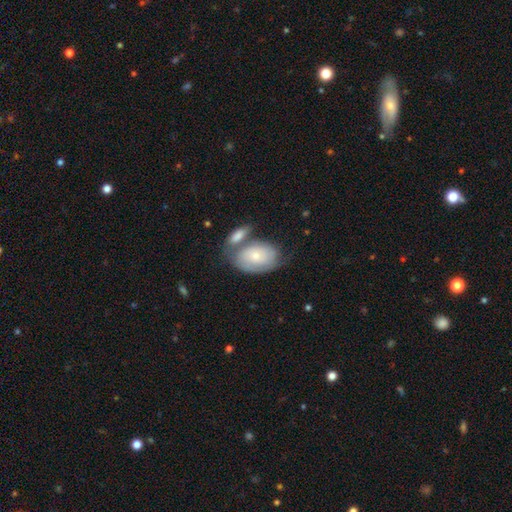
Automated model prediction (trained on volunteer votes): A smooth galaxy with no disk features (59%) that is in between round and cigar-shaped (85%). Merging: none (38%).